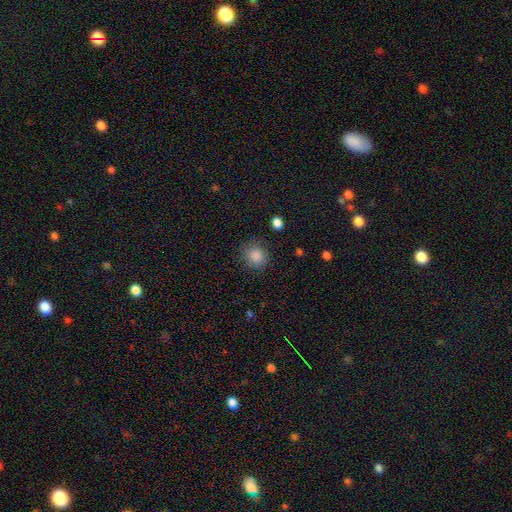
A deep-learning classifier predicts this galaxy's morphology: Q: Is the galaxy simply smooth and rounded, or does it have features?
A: smooth — 87%.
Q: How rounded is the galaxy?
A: round — 78%.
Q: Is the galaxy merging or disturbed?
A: none — 83%.